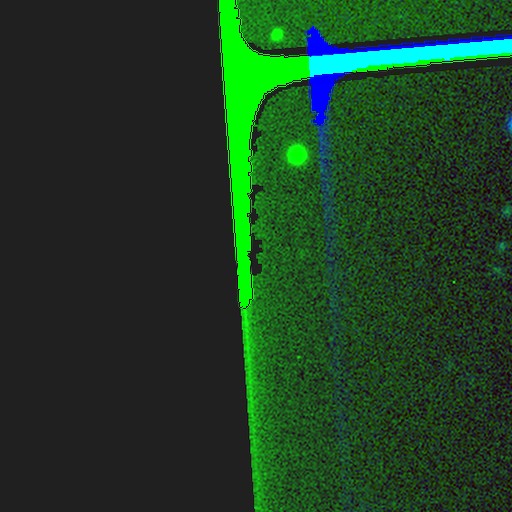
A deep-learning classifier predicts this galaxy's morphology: star or artifact 88%, featured or disk 7%, smooth 6%.